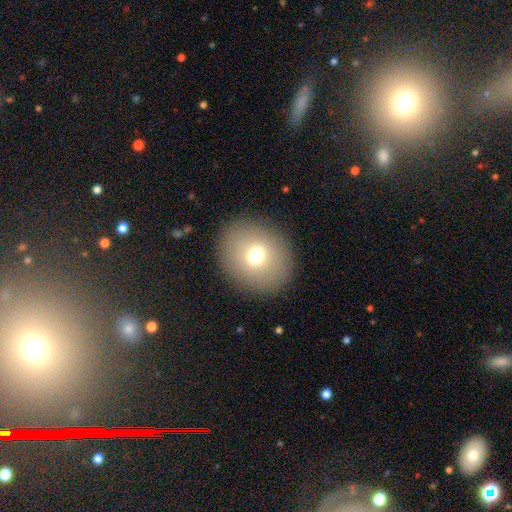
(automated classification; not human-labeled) Overall: smooth (69%). How rounded: round (69%; in between 30%). Merging: none (89%).